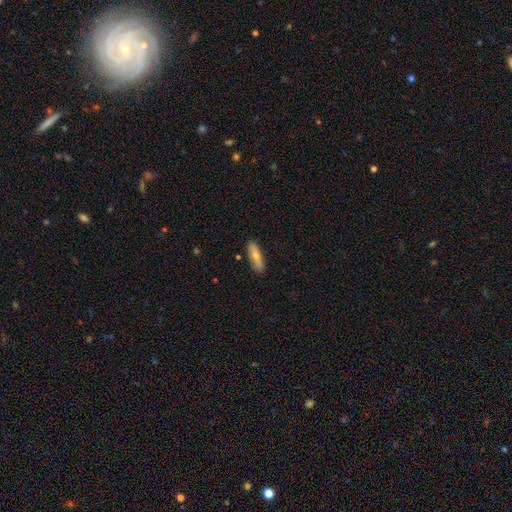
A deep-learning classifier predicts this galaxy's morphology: type=smooth (66%); roundness=cigar-shaped (52%); merging=none (87%).